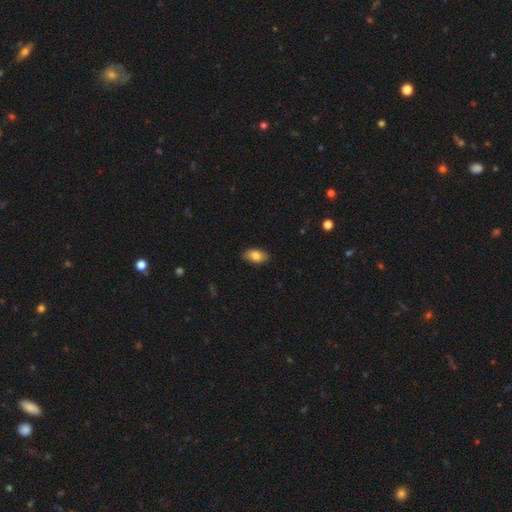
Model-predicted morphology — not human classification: Q: Smooth or featured?
A: smooth (83%); runner-up: featured or disk (10%)
Q: How rounded?
A: in between (93%); runner-up: round (4%)
Q: Merging?
A: none (88%); runner-up: minor disturbance (9%)